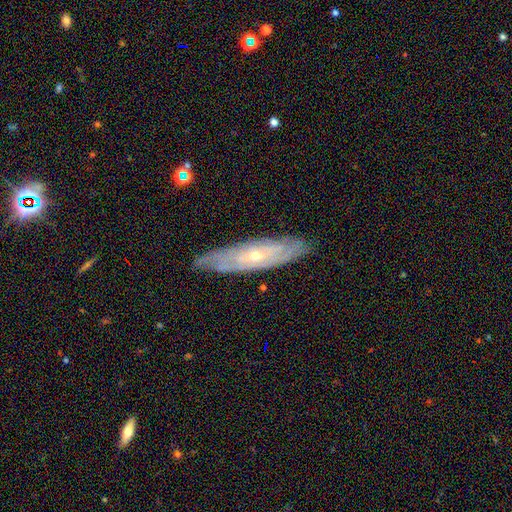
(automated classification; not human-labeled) smooth-or-featured: featured or disk: 79% | smooth: 15% | star or artifact: 6%
  disk-edge-on: no: 69% | yes: 31%
    bar: no: 66% | weak: 26% | strong: 9%
    has-spiral-arms: yes: 83% | no: 17%
    bulge-size: small: 61% | moderate: 36% | large: 1% | none: 1% | dominant: 1%
  merging: none: 80% | minor disturbance: 15% | major disturbance: 4% | merger: 1%